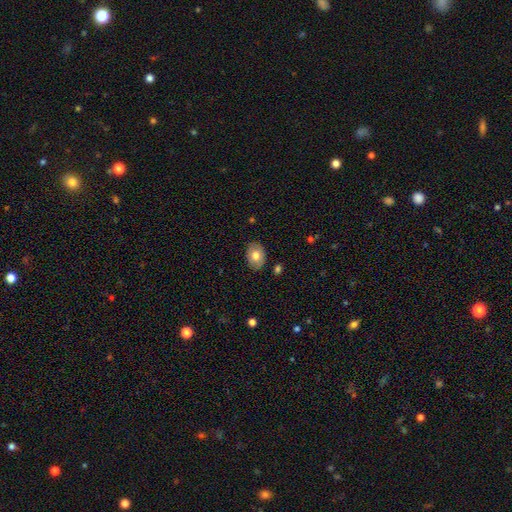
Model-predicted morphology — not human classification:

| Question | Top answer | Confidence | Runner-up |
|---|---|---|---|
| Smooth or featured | smooth | 72% | featured or disk (21%) |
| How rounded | in between | 77% | round (22%) |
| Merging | none | 86% | minor disturbance (11%) |